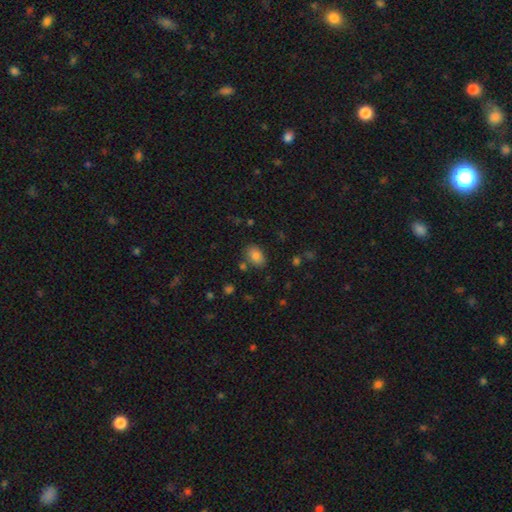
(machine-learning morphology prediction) smooth-or-featured: smooth: 83% | star or artifact: 9% | featured or disk: 8%
  how-rounded: in between: 84% | round: 15% | cigar-shaped: 1%
  merging: none: 79% | minor disturbance: 13% | merger: 5% | major disturbance: 3%